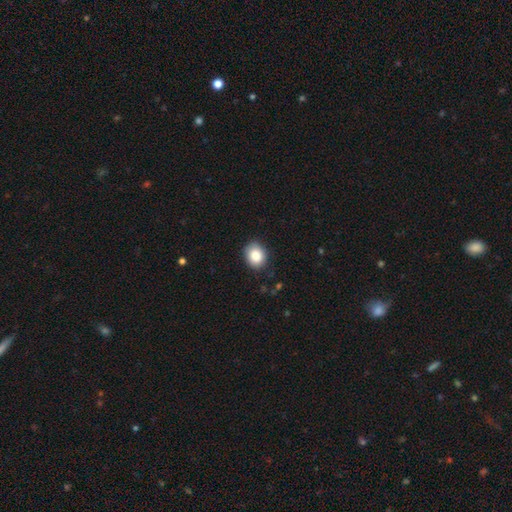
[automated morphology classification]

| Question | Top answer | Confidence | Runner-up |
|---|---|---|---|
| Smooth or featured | smooth | 86% | star or artifact (8%) |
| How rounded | round | 58% | in between (41%) |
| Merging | none | 84% | minor disturbance (13%) |